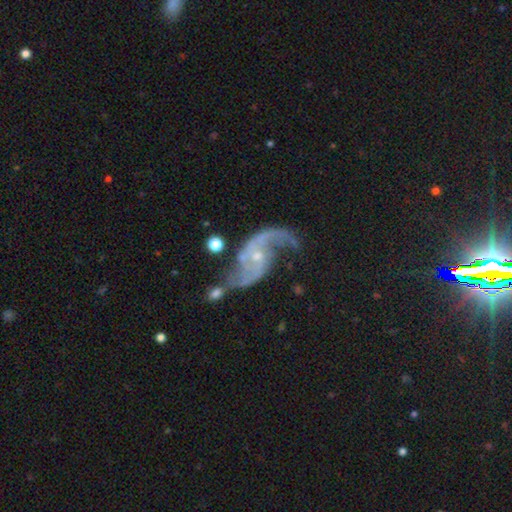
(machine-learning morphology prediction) type=featured or disk (89%); edge-on=no (97%); bar=no (62%); spiral arms=yes (96%); winding=loose (67%); arm count=2 (90%); bulge=small (72%); merging=none (49%).